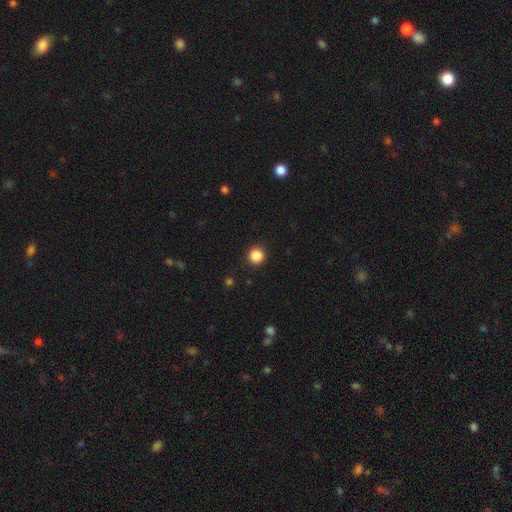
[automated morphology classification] smooth 87%, star or artifact 11%, featured or disk 3%. Down the decision tree: how rounded — round (94%); merging — none (92%).